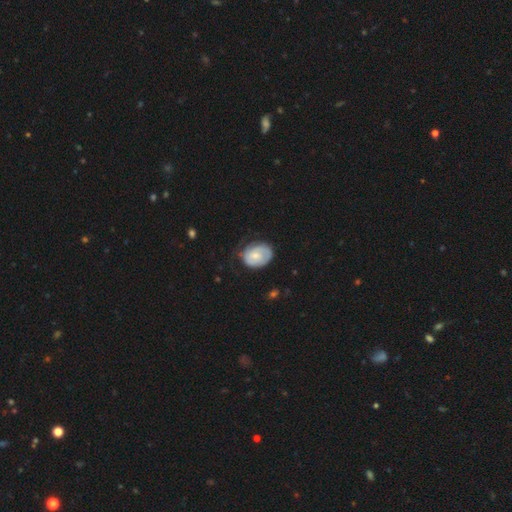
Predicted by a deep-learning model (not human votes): Smooth or featured: featured or disk — 55% (smooth — 39%)
Edge-on disk: no — 97% (yes — 3%)
Bar: no — 70% (weak — 26%)
Spiral arms: yes — 78% (no — 22%)
Bulge size: small — 52% (moderate — 39%)
Merging: none — 60% (minor disturbance — 27%)